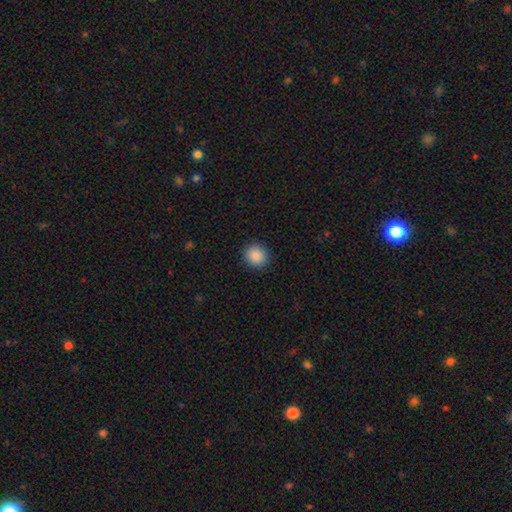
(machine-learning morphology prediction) Smooth or featured? smooth (88%)
How rounded? round (89%)
Merging? none (91%)